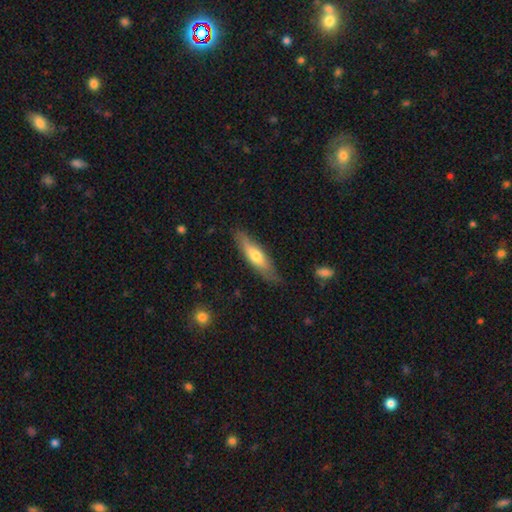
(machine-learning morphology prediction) A smooth galaxy with no disk features (57%) that is cigar-shaped (70%). Merging: none (82%).